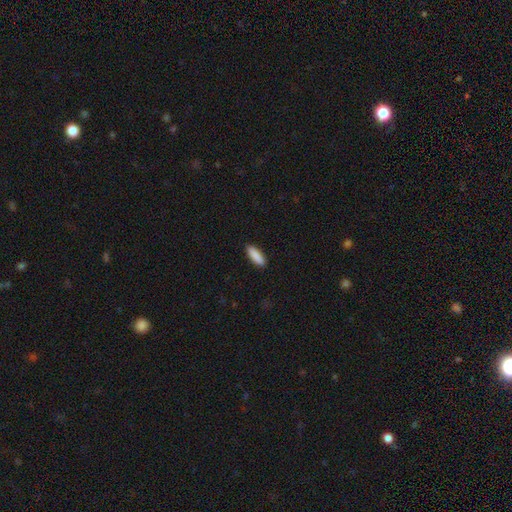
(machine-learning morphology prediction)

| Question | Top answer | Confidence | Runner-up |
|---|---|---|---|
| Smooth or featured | smooth | 90% | star or artifact (6%) |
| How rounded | cigar-shaped | 50% | in between (49%) |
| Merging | none | 90% | minor disturbance (8%) |